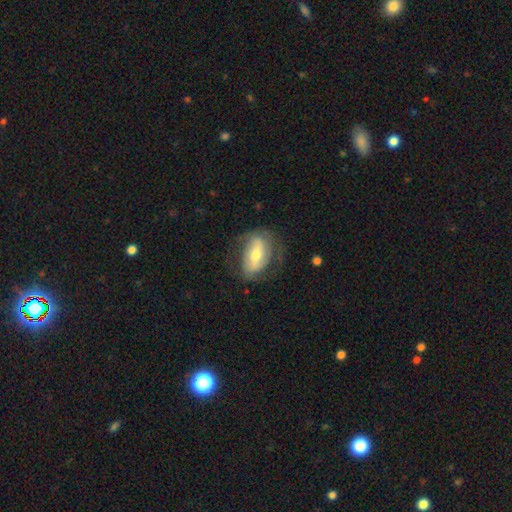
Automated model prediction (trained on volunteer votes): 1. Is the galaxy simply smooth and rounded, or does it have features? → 57% featured or disk, 36% smooth, 6% star or artifact.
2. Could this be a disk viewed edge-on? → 90% no, 10% yes.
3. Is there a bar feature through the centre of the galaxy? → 41% strong, 34% weak, 25% no.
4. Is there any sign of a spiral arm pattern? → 66% yes, 34% no.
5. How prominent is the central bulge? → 61% moderate, 28% small, 8% large, 2% none, 1% dominant.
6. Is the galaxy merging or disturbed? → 63% none, 22% minor disturbance, 14% major disturbance, 1% merger.